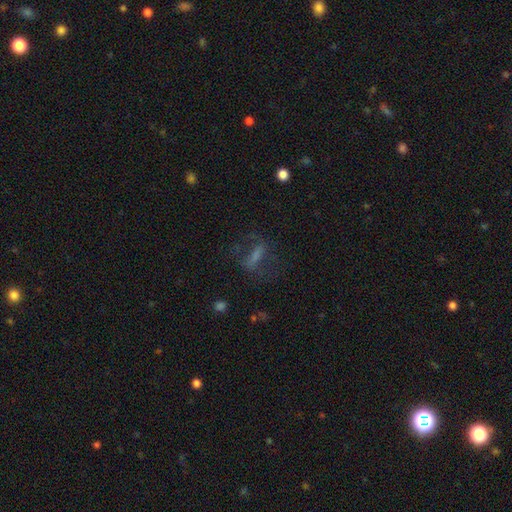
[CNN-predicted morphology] smooth-or-featured: featured or disk: 42% | smooth: 35% | star or artifact: 23%
  merging: none: 64% | major disturbance: 18% | minor disturbance: 15% | merger: 2%